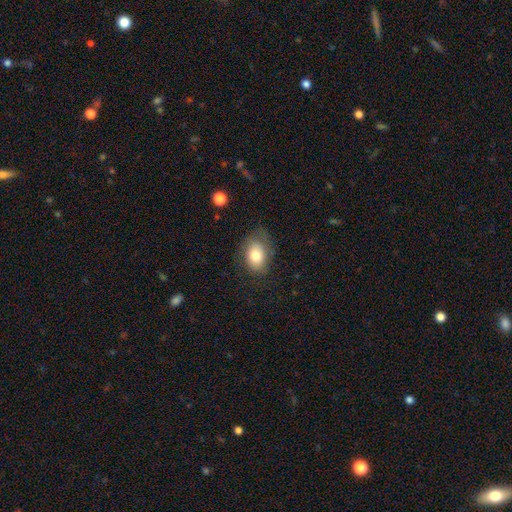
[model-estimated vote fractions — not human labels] Smooth or featured: smooth — 79% (featured or disk — 12%)
How rounded: in between — 76% (round — 23%)
Merging: none — 70% (minor disturbance — 21%)